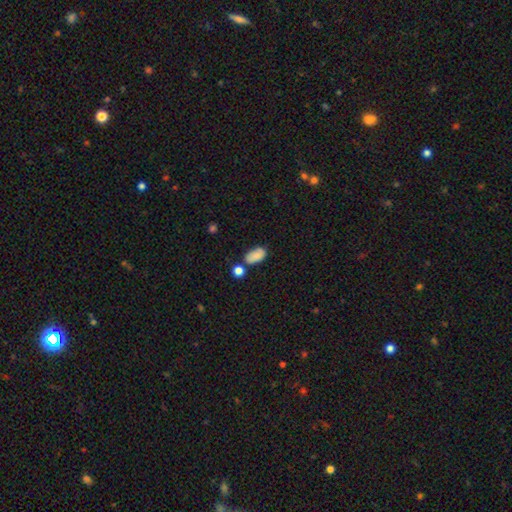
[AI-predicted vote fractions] The model was most divided on "merging": none: 64%, minor disturbance: 18%, merger: 13%, major disturbance: 5%. More confident: how rounded — in between (92%); smooth or featured — smooth (84%).